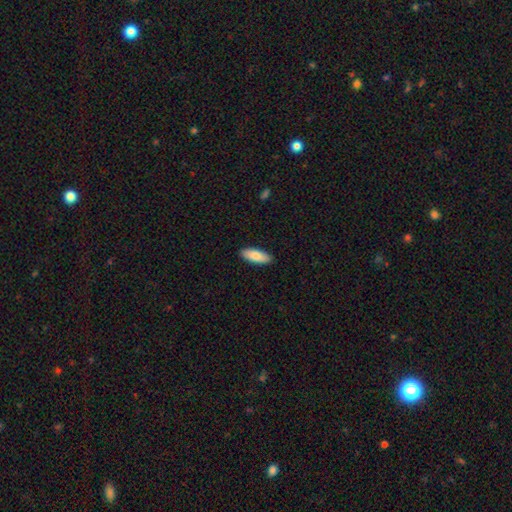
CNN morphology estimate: smooth 84%, featured or disk 10%, star or artifact 6%. Down the decision tree: how rounded — in between (74%); merging — none (90%).